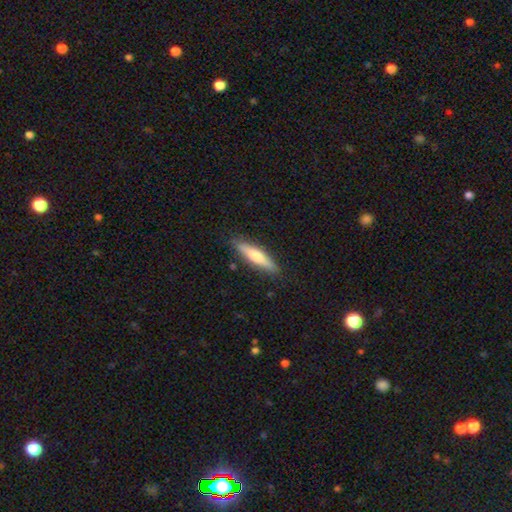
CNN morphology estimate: A smooth galaxy with no disk features (62%) that is cigar-shaped (83%). Merging: none (87%).